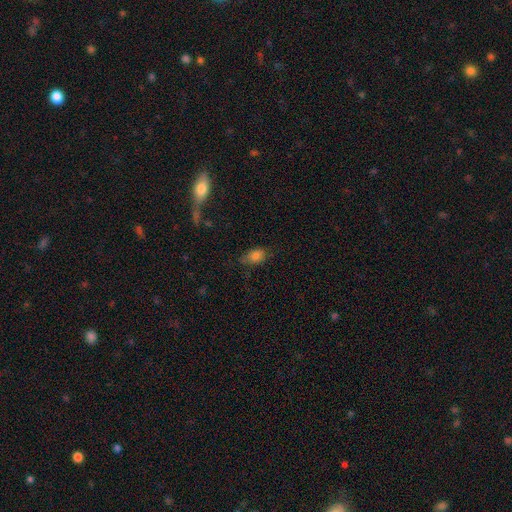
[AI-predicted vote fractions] A smooth galaxy with no disk features (79%) that is in between round and cigar-shaped (82%). Merging: none (64%).